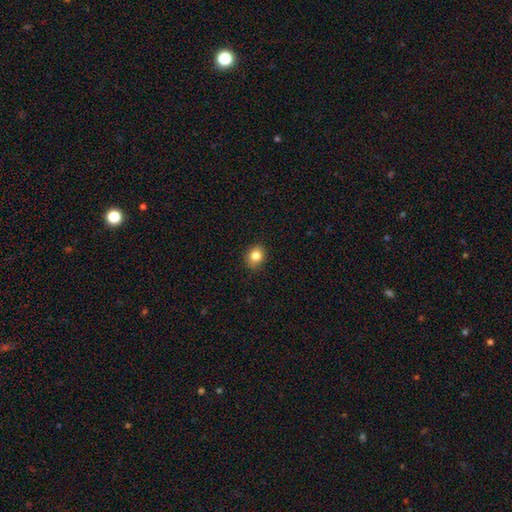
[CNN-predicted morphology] Overall: smooth (83%). How rounded: round (68%; in between 31%). Merging: none (86%).